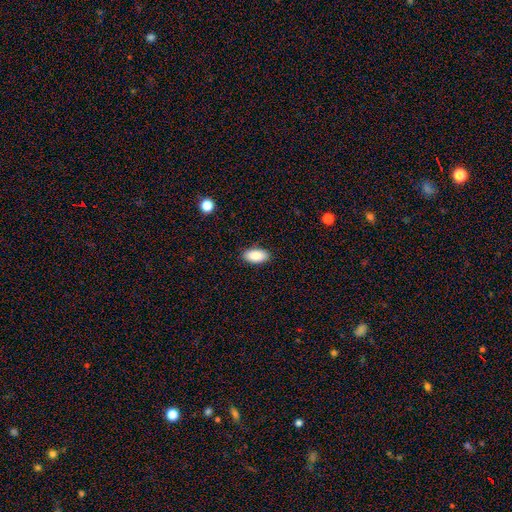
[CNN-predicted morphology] smooth 88%, star or artifact 7%, featured or disk 5%. Down the decision tree: how rounded — in between (94%); merging — none (89%).